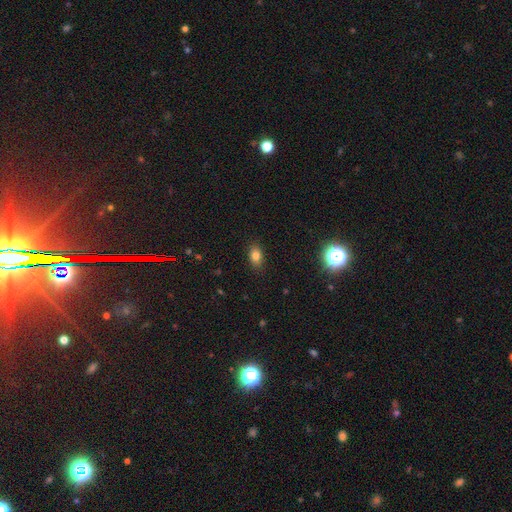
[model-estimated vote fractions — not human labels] Overall: smooth (80%). How rounded: in between (83%). Merging: none (87%).